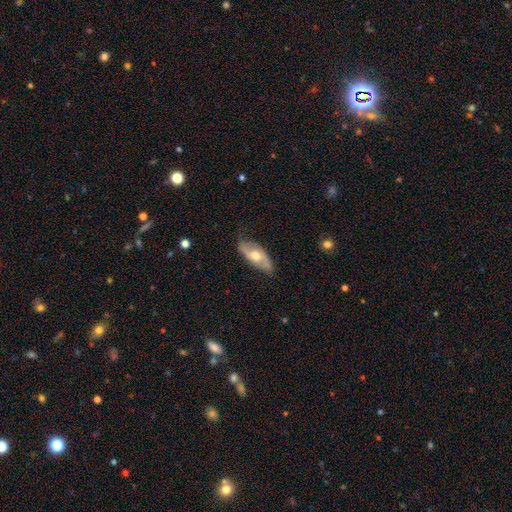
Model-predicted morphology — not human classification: This is possibly a featured or disk galaxy (60%). It is clearly not viewed edge-on (80%). Merging: likely none (73%).